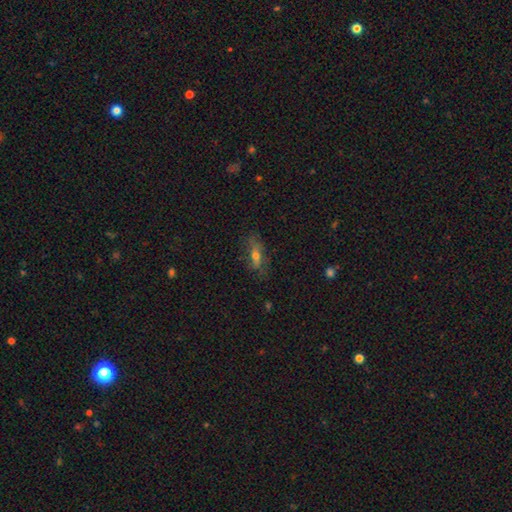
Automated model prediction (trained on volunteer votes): The model was most divided on "smooth or featured": featured or disk: 44%, smooth: 38%, star or artifact: 18%. More confident: merging — none (76%).